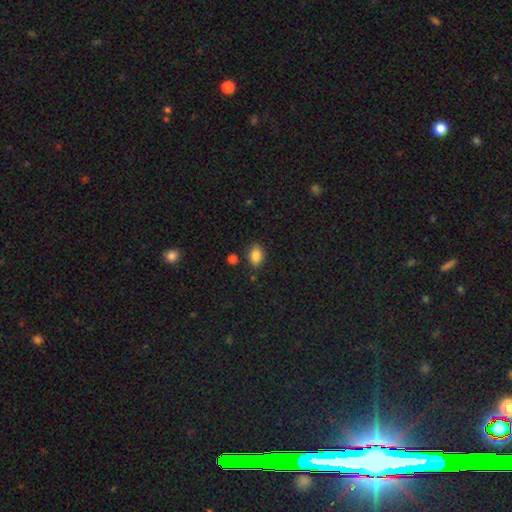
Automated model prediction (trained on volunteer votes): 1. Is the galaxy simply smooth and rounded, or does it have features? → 85% smooth, 9% star or artifact, 6% featured or disk.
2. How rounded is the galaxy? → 84% in between, 14% round, 2% cigar-shaped.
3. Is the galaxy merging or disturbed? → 82% none, 12% minor disturbance, 4% merger, 3% major disturbance.